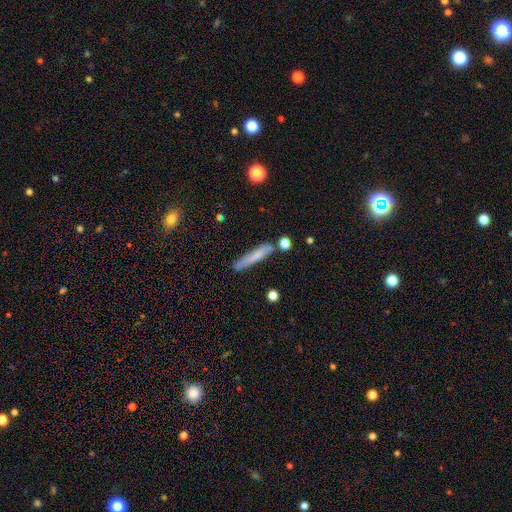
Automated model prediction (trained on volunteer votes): Smooth or featured?
  - smooth: 71% *
  - featured or disk: 22%
  - star or artifact: 8%
How rounded?
  - cigar-shaped: 92% *
  - in between: 6%
  - round: 2%
Merging?
  - none: 74% *
  - minor disturbance: 17%
  - merger: 6%
  - major disturbance: 4%